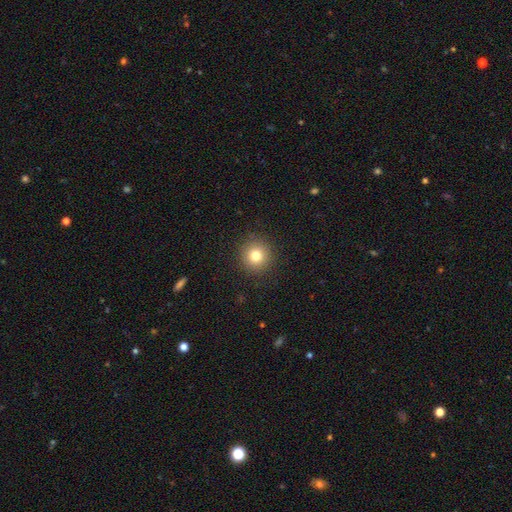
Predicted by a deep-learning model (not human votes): smooth 79%, star or artifact 13%, featured or disk 8%. Down the decision tree: how rounded — round (94%); merging — none (91%).